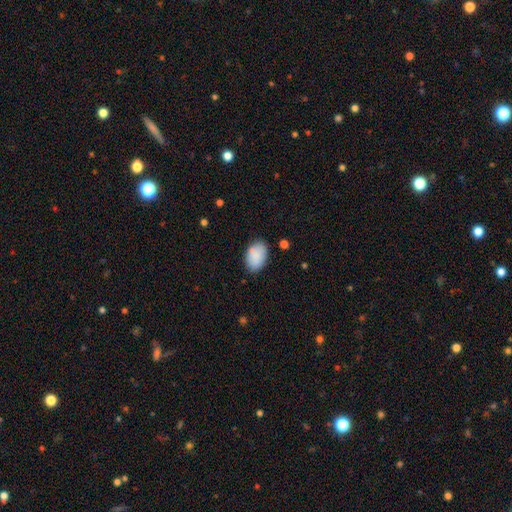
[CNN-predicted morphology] smooth-or-featured: smooth: 88% | star or artifact: 6% | featured or disk: 6%
  how-rounded: in between: 88% | round: 10% | cigar-shaped: 1%
  merging: none: 81% | minor disturbance: 14% | major disturbance: 3% | merger: 2%